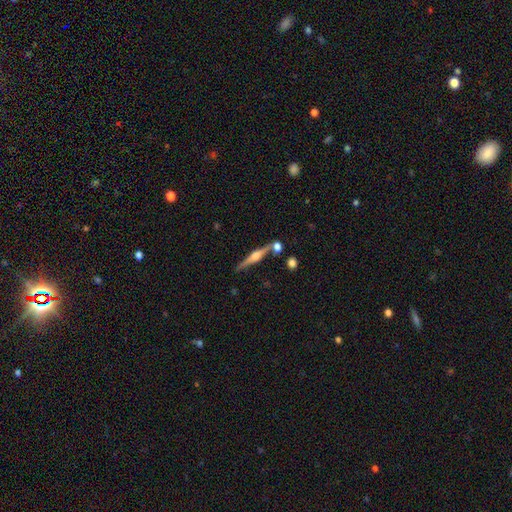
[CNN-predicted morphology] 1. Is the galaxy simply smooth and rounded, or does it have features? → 80% featured or disk, 14% smooth, 6% star or artifact.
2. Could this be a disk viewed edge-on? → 98% yes, 2% no.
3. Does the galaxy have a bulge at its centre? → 90% rounded, 7% boxy, 3% none.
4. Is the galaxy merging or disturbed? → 79% none, 9% merger, 9% minor disturbance, 2% major disturbance.